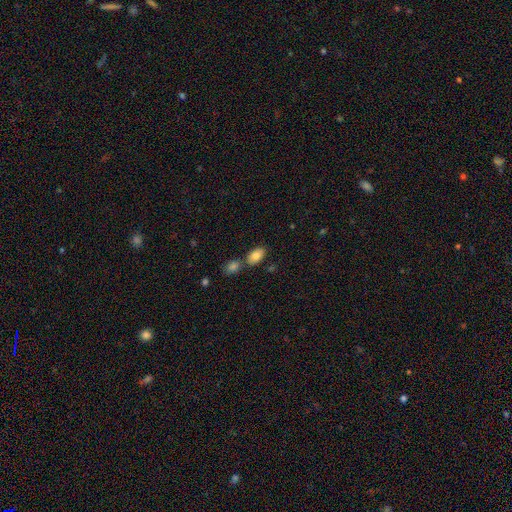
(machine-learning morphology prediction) This appears to be a smooth galaxy with no disk features (82%) that is in between round and cigar-shaped (92%). Merging: none (64%).